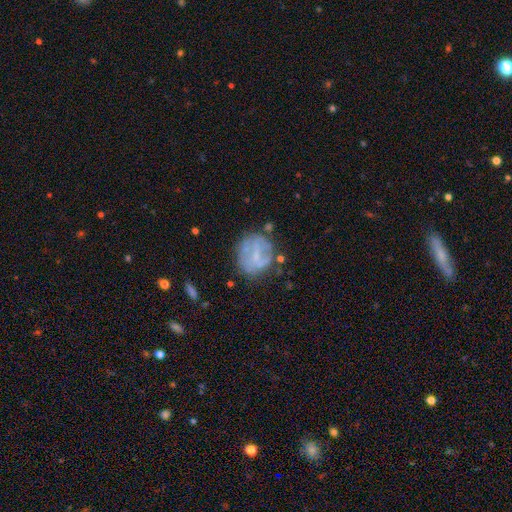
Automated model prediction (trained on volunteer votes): This is possibly a featured or disk galaxy (53%). It is clearly not viewed edge-on (97%). Bar: marginally no (43%). Spiral arm pattern: likely no (67%). Central bulge: marginally none (42%, tied with small). Merging: likely none (60%).